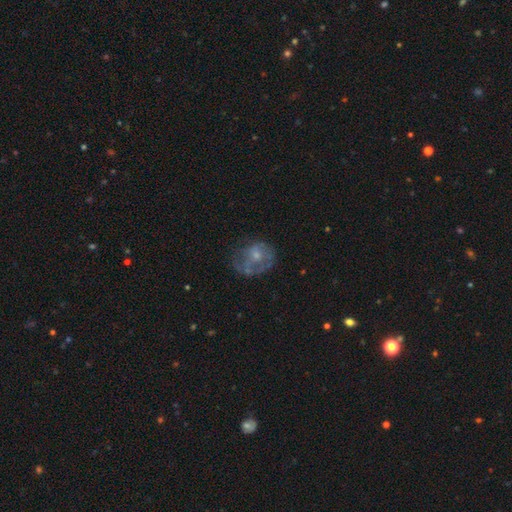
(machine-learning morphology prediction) Smooth or featured? featured or disk (53%)
Edge-on disk? no (97%)
Bar? no (82%)
Spiral arms? no (64%)
Bulge size? small (52%)
Merging? none (39%)